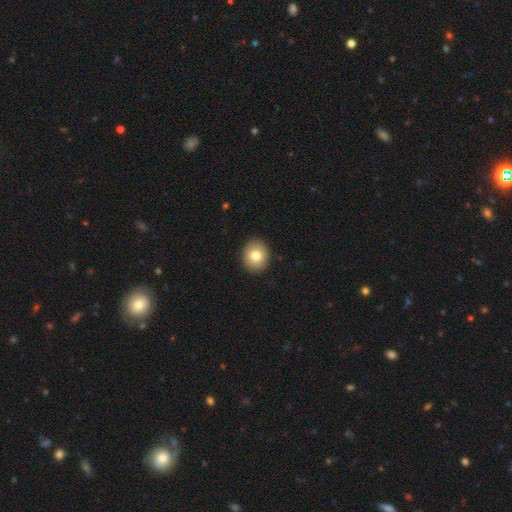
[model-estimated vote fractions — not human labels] Overall: smooth (78%). How rounded: round (72%). Merging: none (91%).